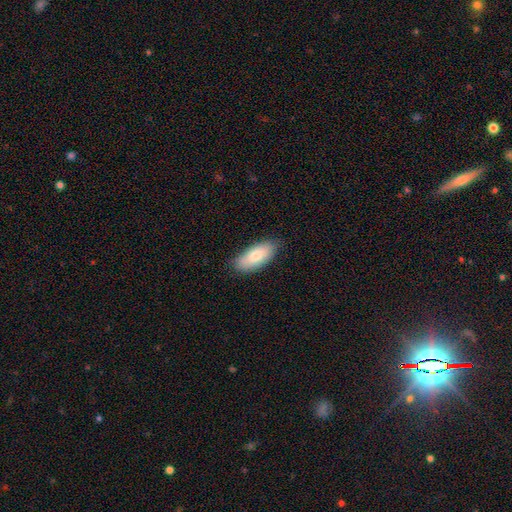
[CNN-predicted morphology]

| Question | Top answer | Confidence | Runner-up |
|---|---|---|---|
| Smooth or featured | smooth | 78% | featured or disk (15%) |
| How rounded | in between | 86% | cigar-shaped (12%) |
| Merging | none | 81% | minor disturbance (15%) |